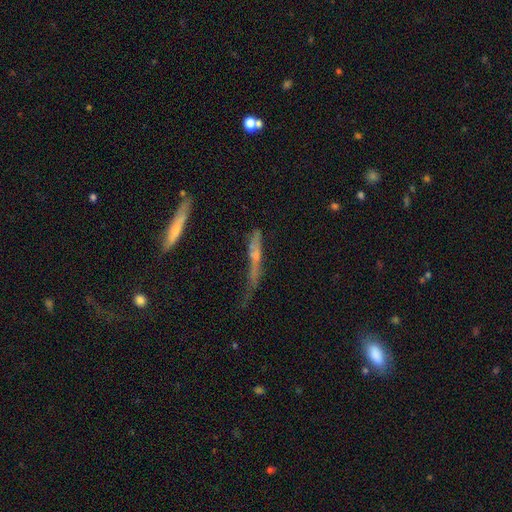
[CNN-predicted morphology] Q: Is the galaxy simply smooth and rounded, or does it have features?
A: featured or disk — 50%.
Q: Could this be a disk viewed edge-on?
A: yes — 76%.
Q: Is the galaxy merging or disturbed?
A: none — 44%.